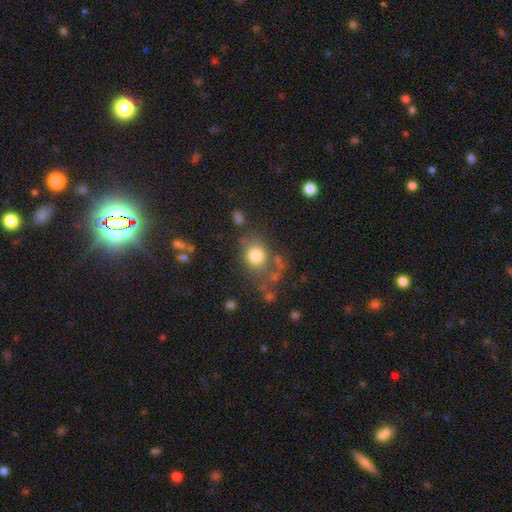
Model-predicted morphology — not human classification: A smooth galaxy with no disk features (79%) that is round (66%). Merging: none (59%).